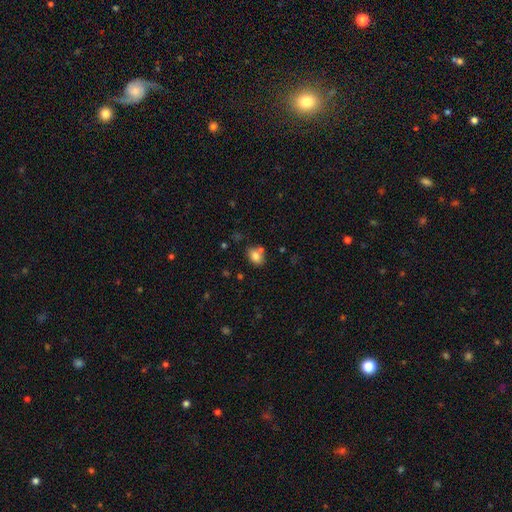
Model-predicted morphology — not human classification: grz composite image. It shows a smooth galaxy with no disk features (80%) that is in between round and cigar-shaped (77%). Merging: none (61%).